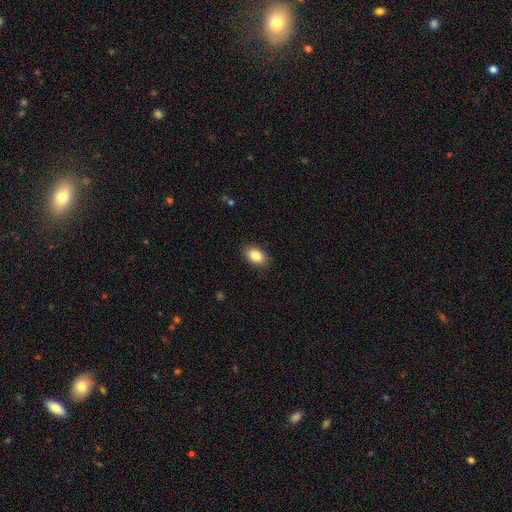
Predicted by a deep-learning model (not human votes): Morphology: type=smooth (86%); roundness=in between (85%); merging=none (87%).